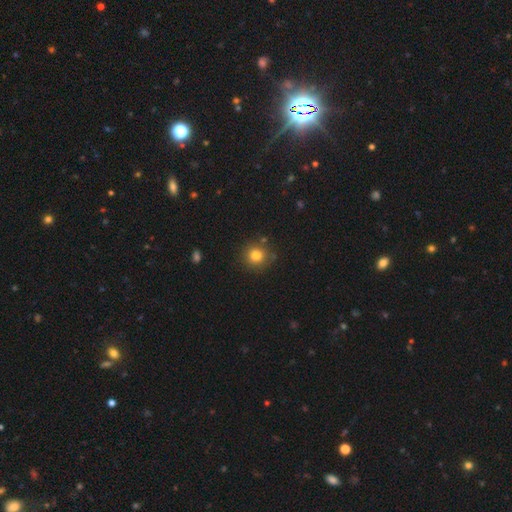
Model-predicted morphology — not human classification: Q: Smooth or featured?
A: smooth (80%); runner-up: star or artifact (13%)
Q: How rounded?
A: round (91%); runner-up: in between (9%)
Q: Merging?
A: none (85%); runner-up: minor disturbance (9%)